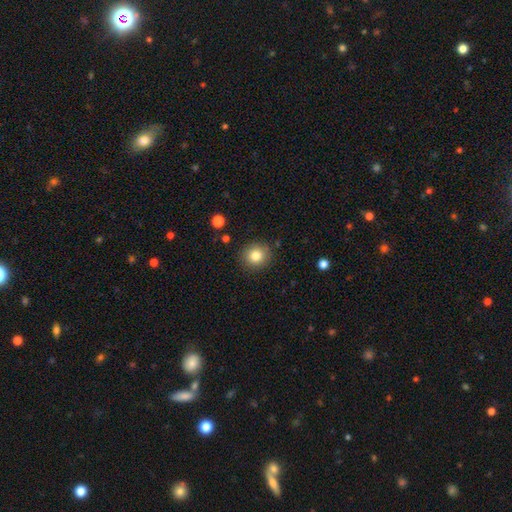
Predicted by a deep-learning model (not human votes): This is clearly a smooth galaxy (82%). How rounded: clearly round (88%). Merging: clearly none (88%).